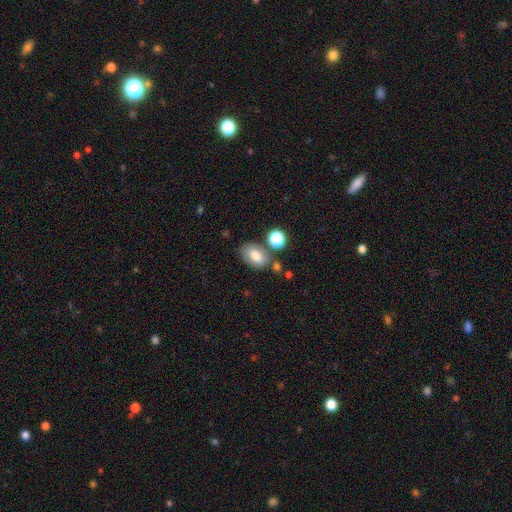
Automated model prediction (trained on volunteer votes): This is likely a smooth galaxy (75%). How rounded: clearly in between (86%). Merging: likely none (67%).